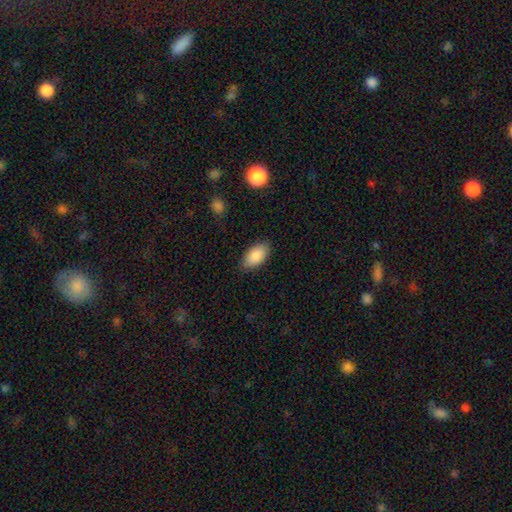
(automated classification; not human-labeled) smooth_or_featured: smooth (p=0.88) [alt: star or artifact p=0.07]
how_rounded: in between (p=0.94) [alt: round p=0.04]
merging: none (p=0.84) [alt: minor disturbance p=0.12]